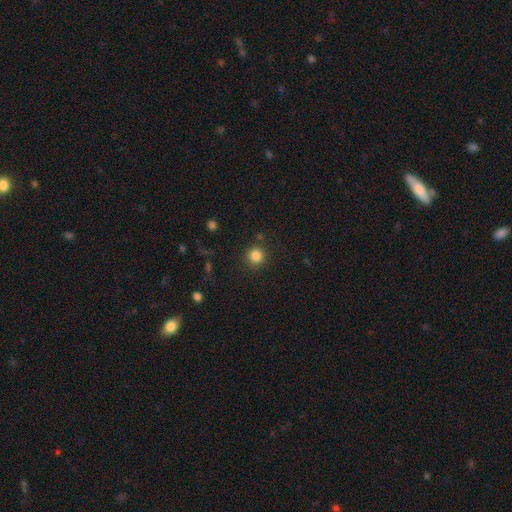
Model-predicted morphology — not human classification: Smooth or featured?
  - smooth: 84% *
  - star or artifact: 12%
  - featured or disk: 4%
How rounded?
  - round: 92% *
  - in between: 7%
  - cigar-shaped: 1%
Merging?
  - none: 86% *
  - minor disturbance: 8%
  - major disturbance: 3%
  - merger: 3%